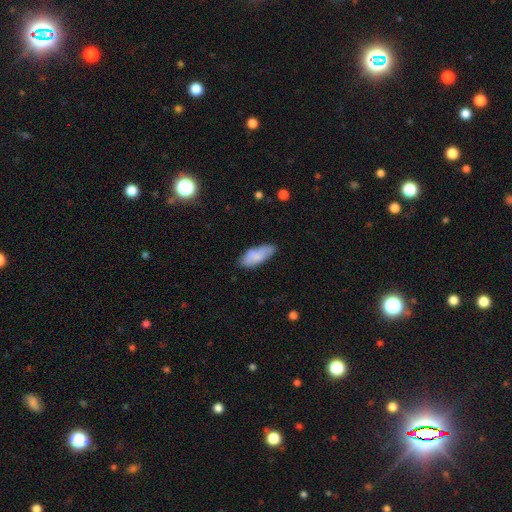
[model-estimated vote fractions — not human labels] smooth_or_featured: smooth (p=0.80) [alt: featured or disk p=0.14]
how_rounded: in between (p=0.82) [alt: cigar-shaped p=0.16]
merging: none (p=0.68) [alt: minor disturbance p=0.23]